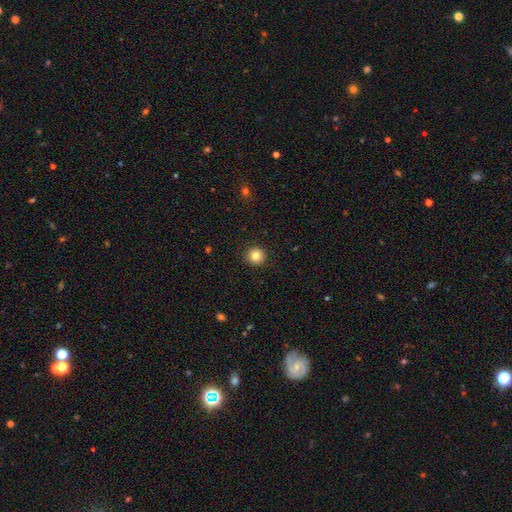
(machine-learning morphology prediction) Smooth or featured: smooth — 84% (star or artifact — 10%)
How rounded: round — 95% (in between — 4%)
Merging: none — 92% (minor disturbance — 5%)